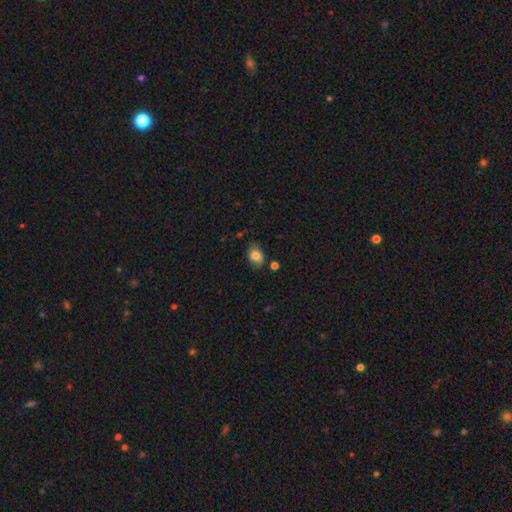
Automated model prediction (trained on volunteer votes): A smooth galaxy with no disk features (81%) that is in between round and cigar-shaped (76%). Merging: none (72%).